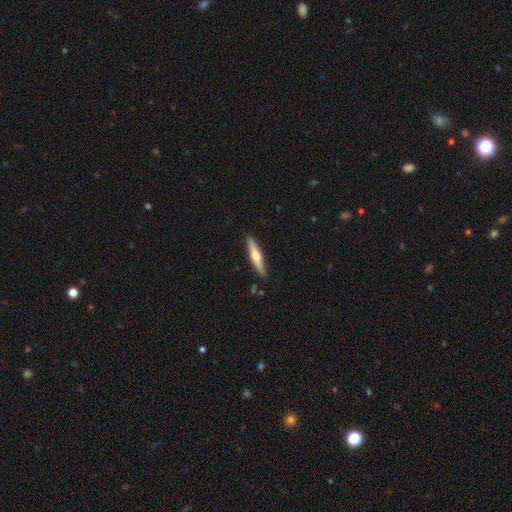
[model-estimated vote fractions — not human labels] Smooth or featured? Predicted: featured or disk (p=0.52). Edge-on disk? Predicted: yes (p=0.96). Merging? Predicted: none (p=0.89).